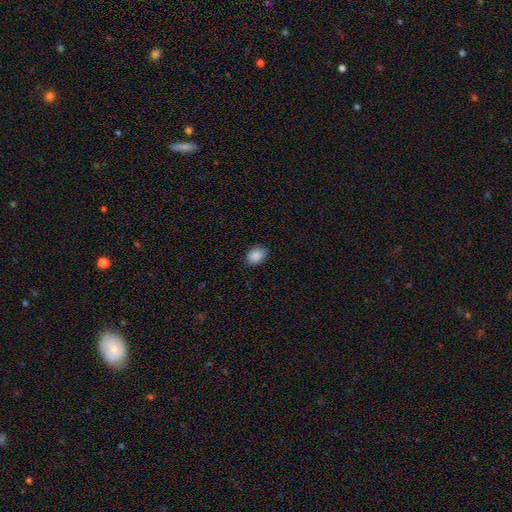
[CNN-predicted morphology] The model was most divided on "how rounded": in between: 70%, round: 29%, cigar-shaped: 1%. More confident: smooth or featured — smooth (89%); merging — none (84%).